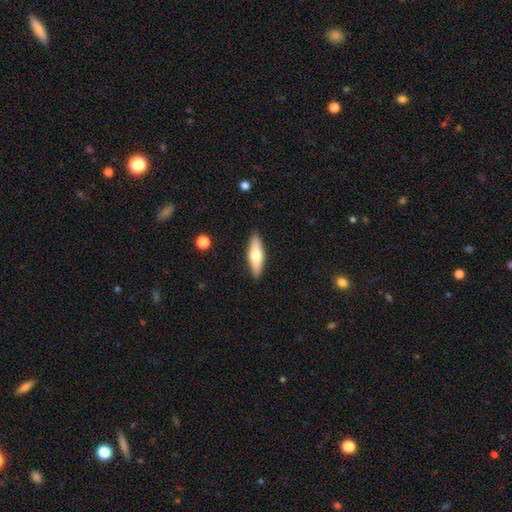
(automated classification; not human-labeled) smooth 62%, featured or disk 33%, star or artifact 6%. Down the decision tree: how rounded — in between (49%, tied with cigar-shaped); merging — none (89%).